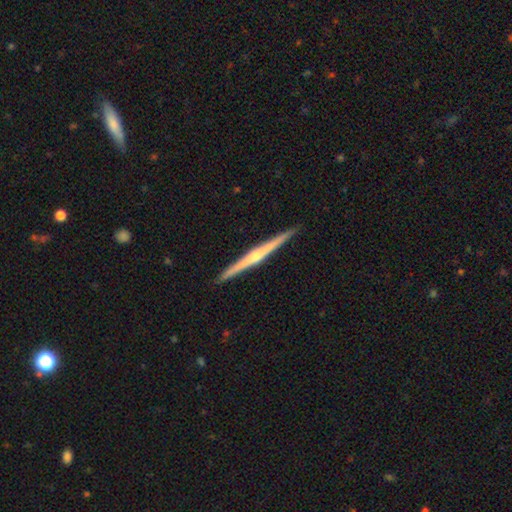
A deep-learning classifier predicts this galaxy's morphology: This is likely a featured or disk galaxy (77%). It is clearly viewed edge-on (99%). Edge-on bulge: likely rounded (69%). Merging: clearly none (93%).